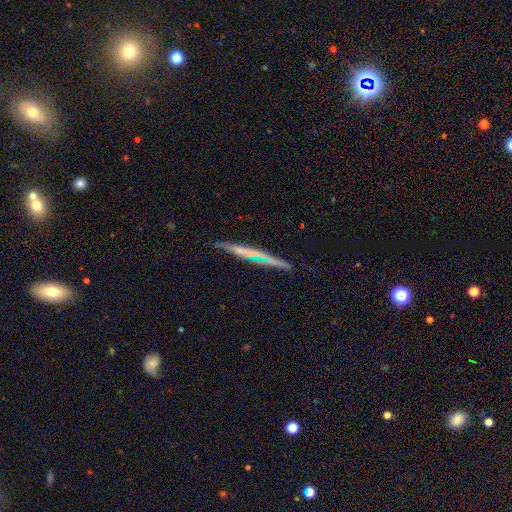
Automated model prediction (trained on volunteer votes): Smooth or featured?
  - featured or disk: 62% *
  - smooth: 31%
  - star or artifact: 7%
Edge-on disk?
  - yes: 94% *
  - no: 6%
Edge-on bulge?
  - none: 78% *
  - rounded: 14%
  - boxy: 8%
Merging?
  - none: 80% *
  - minor disturbance: 14%
  - merger: 3%
  - major disturbance: 3%